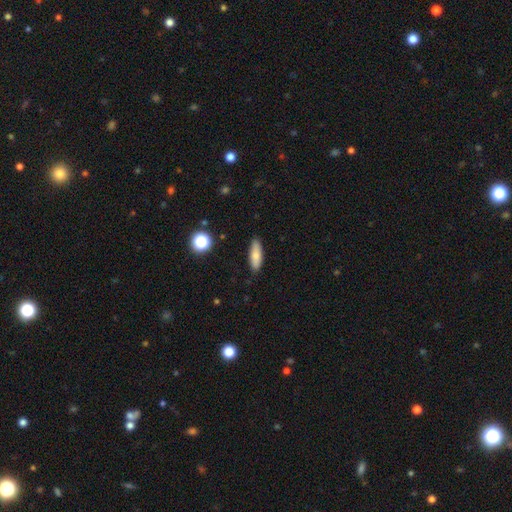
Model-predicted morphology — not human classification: Smooth or featured?
  - smooth: 78% *
  - featured or disk: 14%
  - star or artifact: 7%
How rounded?
  - in between: 54% *
  - cigar-shaped: 43%
  - round: 3%
Merging?
  - none: 87% *
  - minor disturbance: 10%
  - major disturbance: 2%
  - merger: 1%